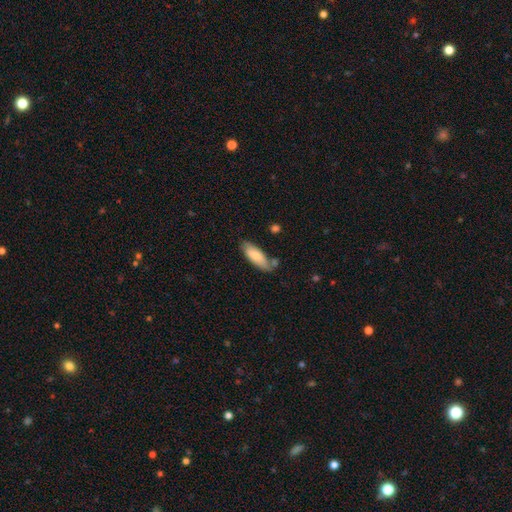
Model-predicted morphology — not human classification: Smooth or featured? Predicted: smooth (p=0.79). How rounded? Predicted: in between (p=0.62). Merging? Predicted: none (p=0.68).